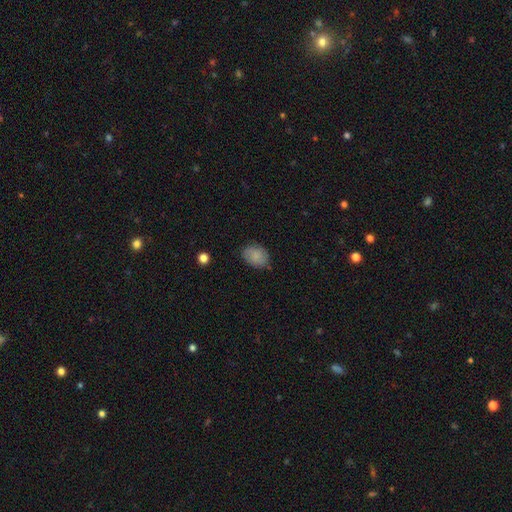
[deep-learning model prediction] Morphology: type=smooth (82%); roundness=in between (75%); merging=none (77%).